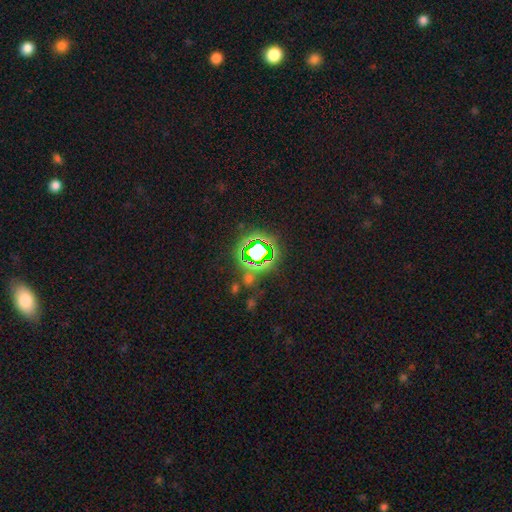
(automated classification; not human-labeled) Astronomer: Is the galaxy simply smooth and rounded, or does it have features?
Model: star or artifact — 76%.